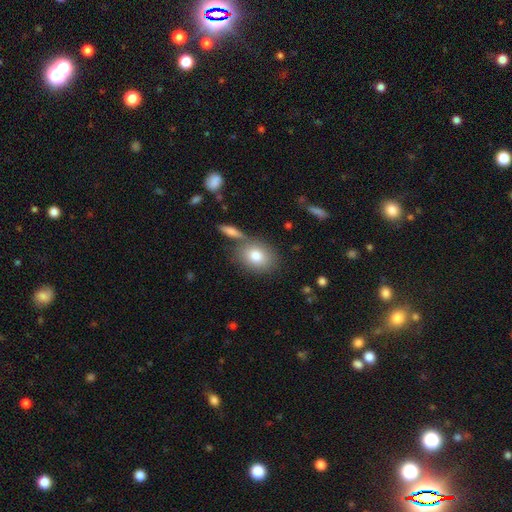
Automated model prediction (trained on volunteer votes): smooth-or-featured: smooth: 81% | featured or disk: 11% | star or artifact: 8%
  how-rounded: in between: 62% | round: 37% | cigar-shaped: 2%
  merging: none: 64% | merger: 18% | minor disturbance: 13% | major disturbance: 5%